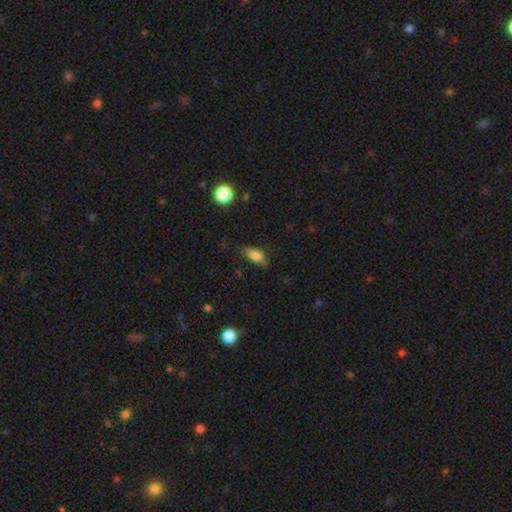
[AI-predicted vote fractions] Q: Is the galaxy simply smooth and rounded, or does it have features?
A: smooth — 80%.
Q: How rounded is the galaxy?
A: in between — 85%.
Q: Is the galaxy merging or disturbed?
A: none — 64%.